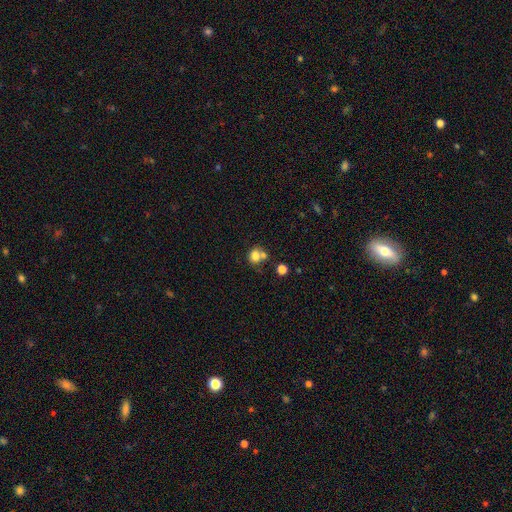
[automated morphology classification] This is likely a smooth galaxy (77%). How rounded: likely round (71%). Merging: possibly none (45%).